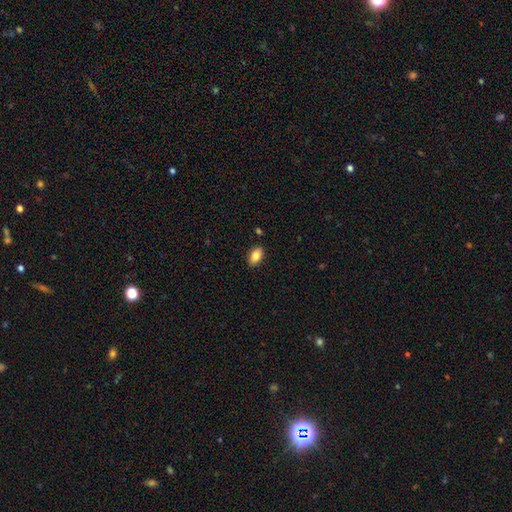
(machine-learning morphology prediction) Smooth or featured? Predicted: smooth (p=0.85). How rounded? Predicted: in between (p=0.91). Merging? Predicted: none (p=0.88).